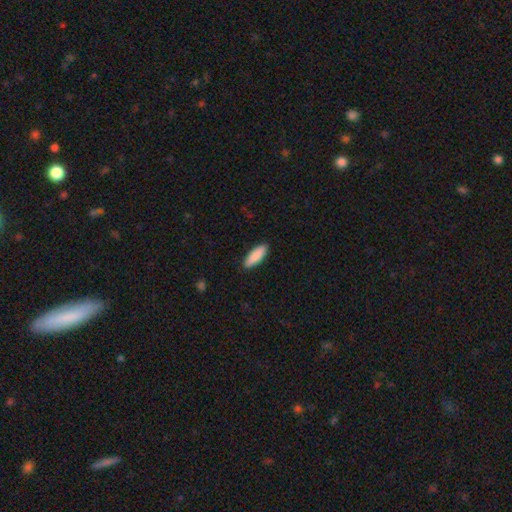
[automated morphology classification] Smooth or featured? smooth (88%)
How rounded? in between (55%)
Merging? none (91%)